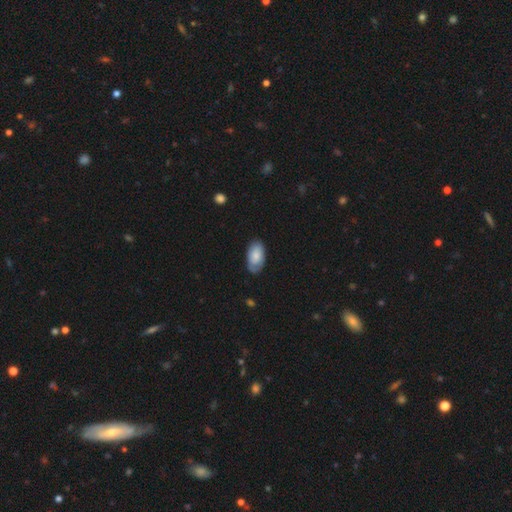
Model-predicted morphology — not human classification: smooth 70%, featured or disk 24%, star or artifact 6%. Down the decision tree: how rounded — in between (94%); merging — none (72%).